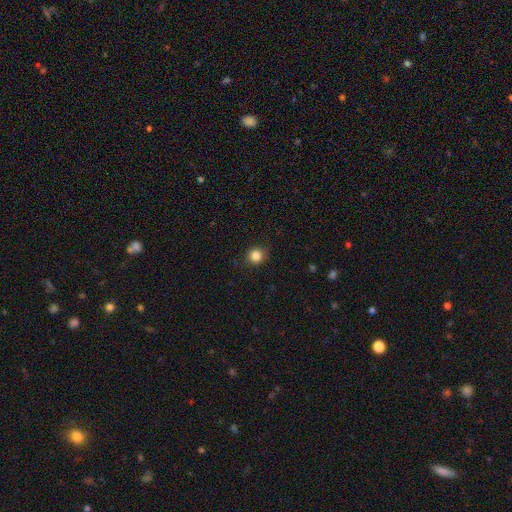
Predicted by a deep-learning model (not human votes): Smooth or featured? smooth (85%)
How rounded? round (88%)
Merging? none (88%)